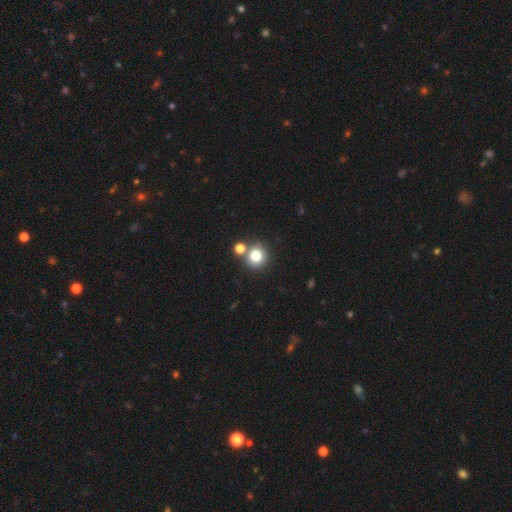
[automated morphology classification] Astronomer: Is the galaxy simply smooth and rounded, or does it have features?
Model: smooth — 78%.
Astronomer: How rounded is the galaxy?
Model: round — 91%.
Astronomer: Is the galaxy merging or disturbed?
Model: none — 68%.